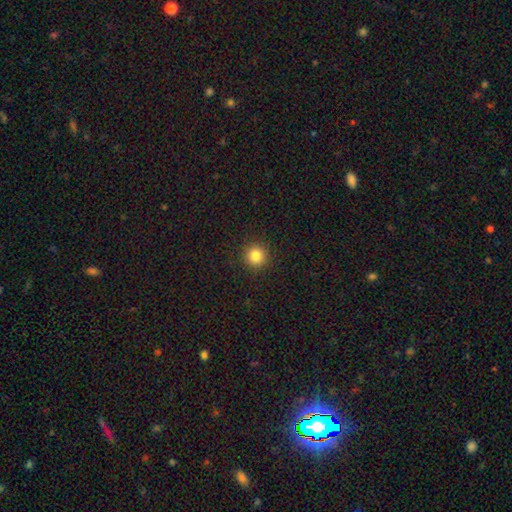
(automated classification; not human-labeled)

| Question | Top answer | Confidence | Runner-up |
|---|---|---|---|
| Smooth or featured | smooth | 84% | star or artifact (12%) |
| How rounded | round | 95% | in between (4%) |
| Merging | none | 92% | minor disturbance (5%) |